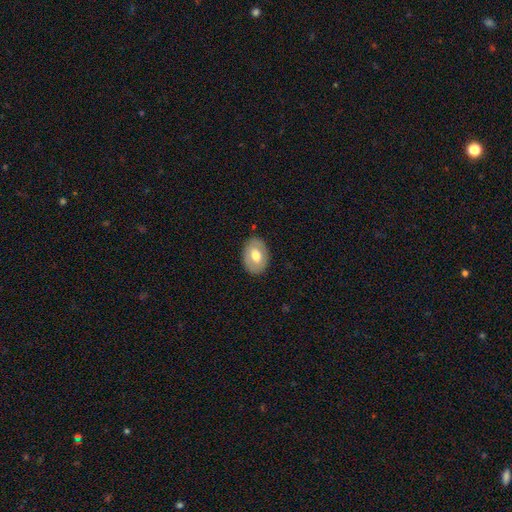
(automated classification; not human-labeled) smooth 62%, featured or disk 32%, star or artifact 6%. Down the decision tree: how rounded — in between (80%); merging — none (85%).